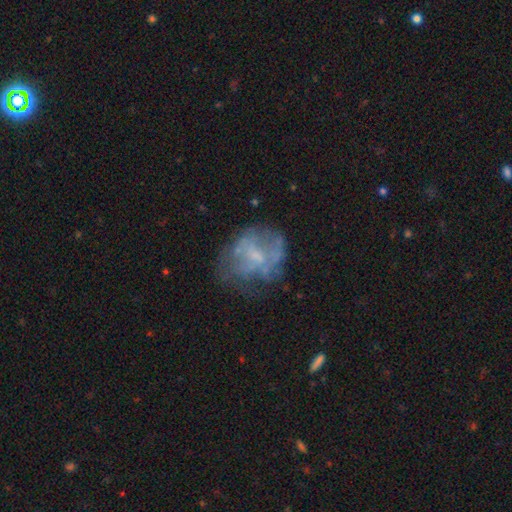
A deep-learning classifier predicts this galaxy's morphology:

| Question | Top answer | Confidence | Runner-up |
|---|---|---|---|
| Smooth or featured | featured or disk | 57% | smooth (31%) |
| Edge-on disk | no | 97% | yes (3%) |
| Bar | no | 66% | weak (28%) |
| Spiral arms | no | 69% | yes (31%) |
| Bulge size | small | 36% | none (32%) |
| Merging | none | 51% | minor disturbance (23%) |